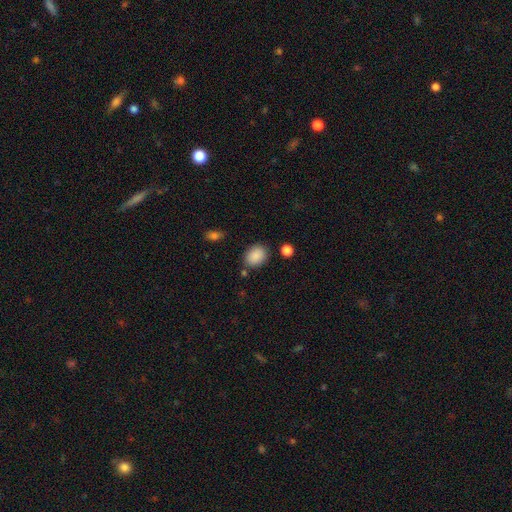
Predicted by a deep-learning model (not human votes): smooth 89%, star or artifact 8%, featured or disk 4%. Down the decision tree: how rounded — in between (65%); merging — none (79%).